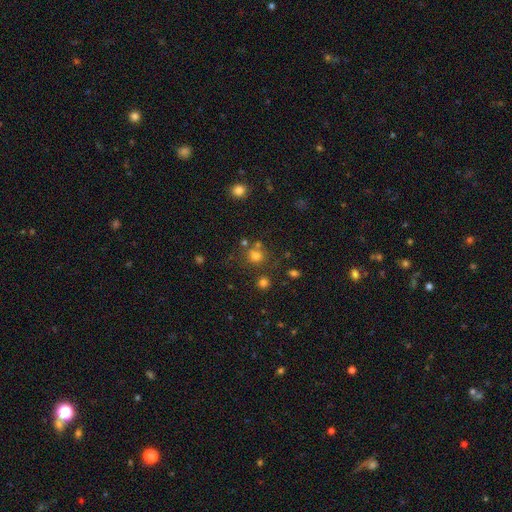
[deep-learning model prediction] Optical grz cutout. It shows a smooth galaxy with no disk features (71%) that is round (86%). Merging: none (66%).